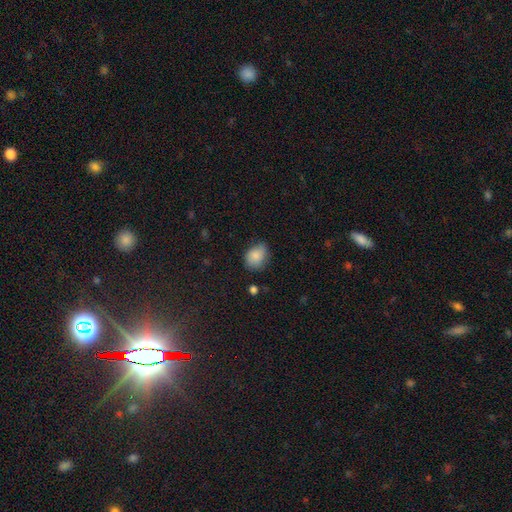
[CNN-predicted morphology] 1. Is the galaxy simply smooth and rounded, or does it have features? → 84% smooth, 8% star or artifact, 8% featured or disk.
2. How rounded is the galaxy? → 59% in between, 40% round, 1% cigar-shaped.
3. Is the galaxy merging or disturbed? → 61% none, 31% minor disturbance, 6% major disturbance, 2% merger.